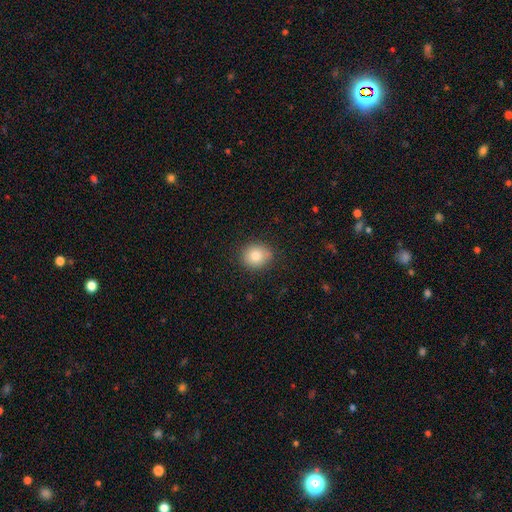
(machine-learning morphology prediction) This appears to be a smooth galaxy with no disk features (81%) that is round (78%). Merging: none (86%).